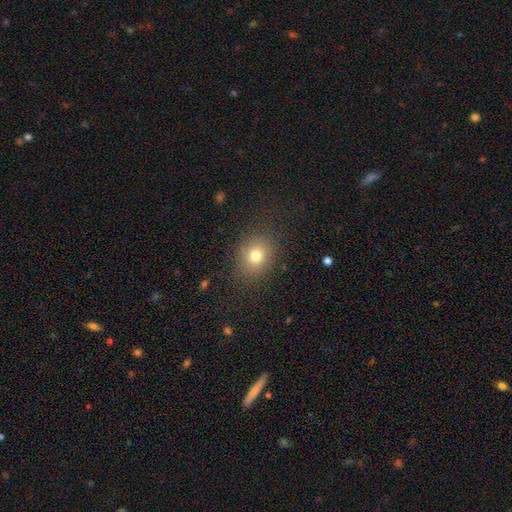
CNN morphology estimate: smooth-or-featured: smooth: 77% | star or artifact: 13% | featured or disk: 10%
  how-rounded: round: 55% | in between: 43% | cigar-shaped: 1%
  merging: none: 81% | minor disturbance: 12% | major disturbance: 5% | merger: 1%